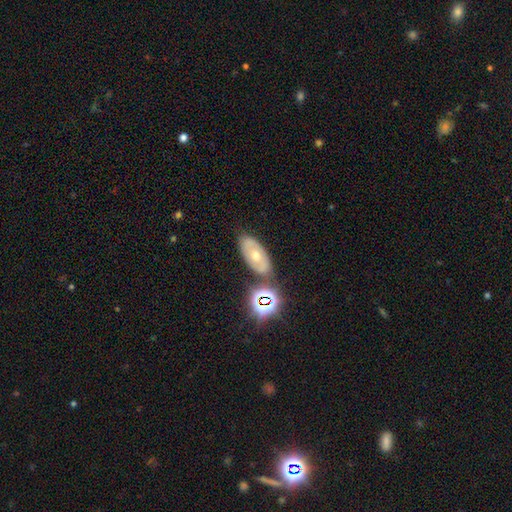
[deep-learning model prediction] A featured or disk galaxy (52%). Merging: none (78%).